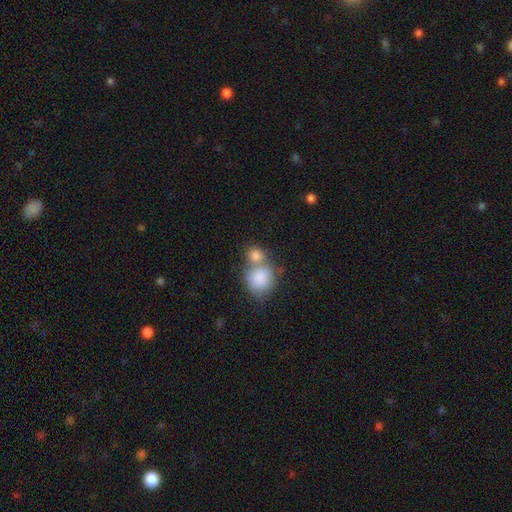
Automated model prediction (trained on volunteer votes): This appears to be a smooth galaxy with no disk features (84%) that is round (71%). Merging: merger (53%).